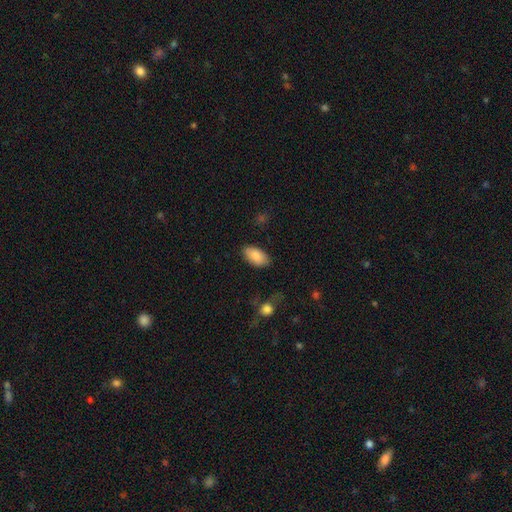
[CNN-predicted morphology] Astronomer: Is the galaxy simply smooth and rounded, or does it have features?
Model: smooth — 87%.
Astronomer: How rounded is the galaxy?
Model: in between — 94%.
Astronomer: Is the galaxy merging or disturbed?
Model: none — 84%.